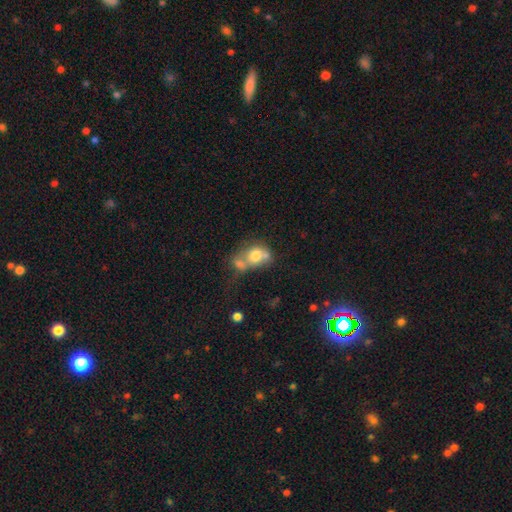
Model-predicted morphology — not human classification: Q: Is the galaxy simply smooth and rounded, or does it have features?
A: smooth — 68%.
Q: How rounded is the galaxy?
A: round — 53%.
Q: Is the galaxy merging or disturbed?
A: merger — 59%.